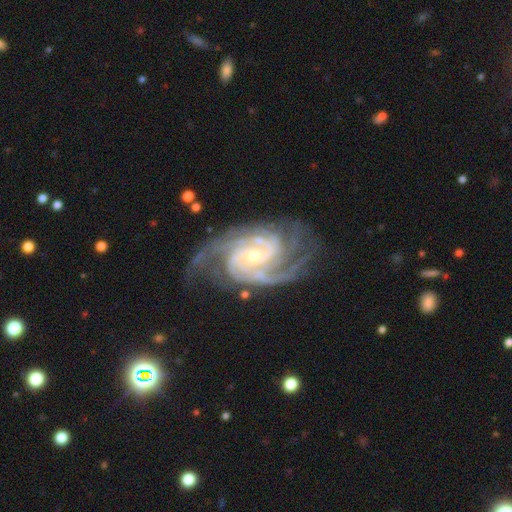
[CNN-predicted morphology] Smooth or featured: featured or disk — 93% (star or artifact — 4%)
Edge-on disk: no — 97% (yes — 3%)
Bar: no — 57% (weak — 31%)
Spiral arms: yes — 99% (no — 1%)
Spiral winding: tight — 63% (medium — 32%)
Spiral arm count: 3 — 31% (2 — 23%)
Bulge size: small — 58% (moderate — 37%)
Merging: none — 69% (minor disturbance — 19%)